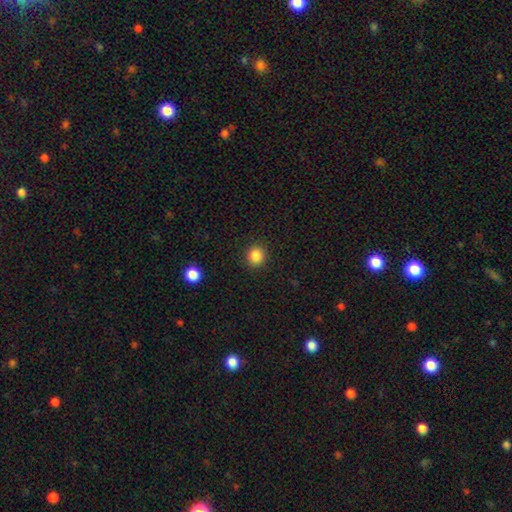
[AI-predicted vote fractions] Smooth or featured: smooth — 85% (star or artifact — 11%)
How rounded: round — 91% (in between — 8%)
Merging: none — 92% (minor disturbance — 5%)